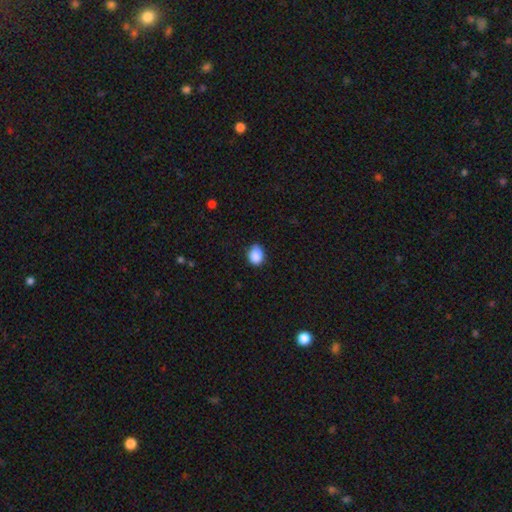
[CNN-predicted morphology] Smooth or featured?
  - smooth: 88% *
  - star or artifact: 8%
  - featured or disk: 4%
How rounded?
  - round: 50% *
  - in between: 49%
  - cigar-shaped: 1%
Merging?
  - none: 75% *
  - minor disturbance: 20%
  - major disturbance: 3%
  - merger: 1%